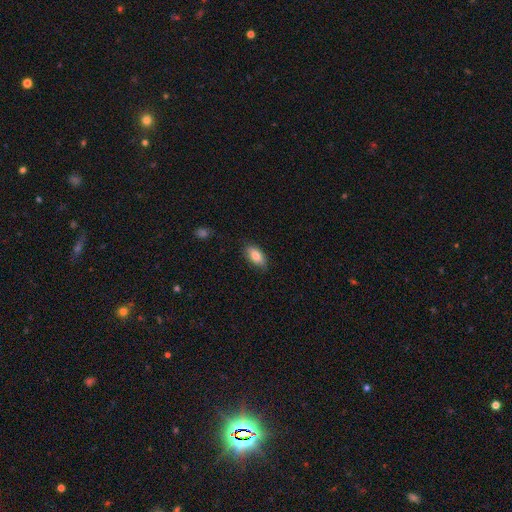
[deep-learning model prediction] Smooth or featured: smooth — 79% (featured or disk — 14%)
How rounded: in between — 89% (cigar-shaped — 6%)
Merging: none — 82% (minor disturbance — 15%)